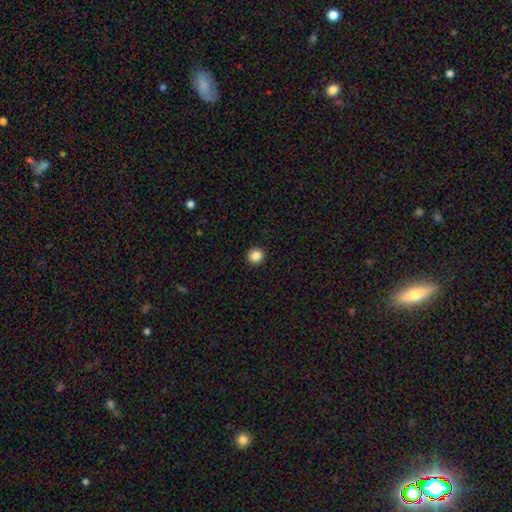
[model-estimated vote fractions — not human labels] Overall: smooth (86%). How rounded: round (92%). Merging: none (93%).